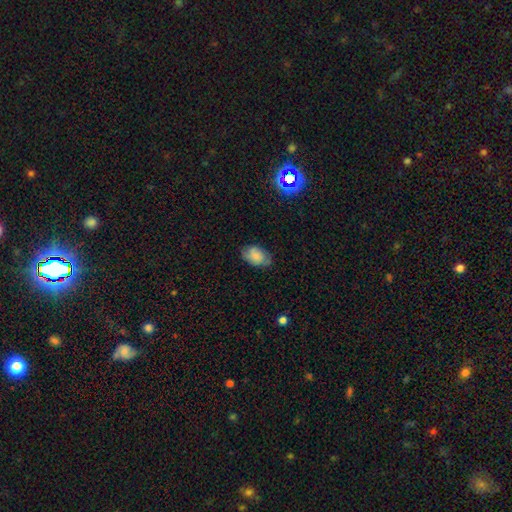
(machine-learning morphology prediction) smooth 73%, featured or disk 18%, star or artifact 9%. Down the decision tree: how rounded — in between (88%); merging — none (72%).